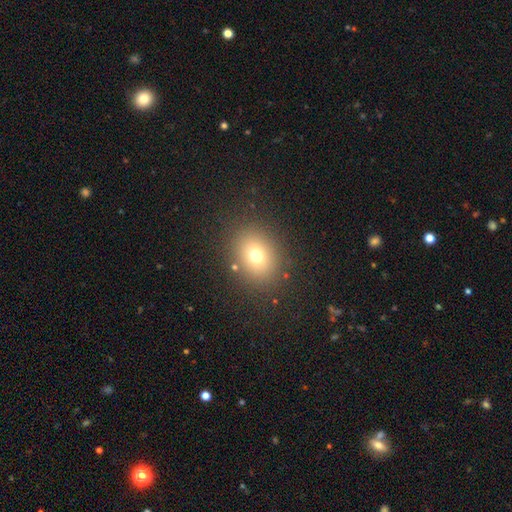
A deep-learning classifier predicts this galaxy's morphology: smooth_or_featured: smooth (p=0.71) [alt: star or artifact p=0.17]
how_rounded: round (p=0.58) [alt: in between p=0.42]
merging: none (p=0.85) [alt: minor disturbance p=0.08]